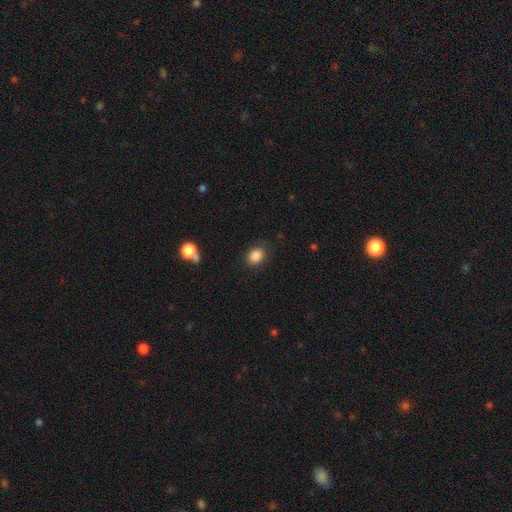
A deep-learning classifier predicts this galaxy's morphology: type=smooth (87%); roundness=round (54%); merging=none (83%).